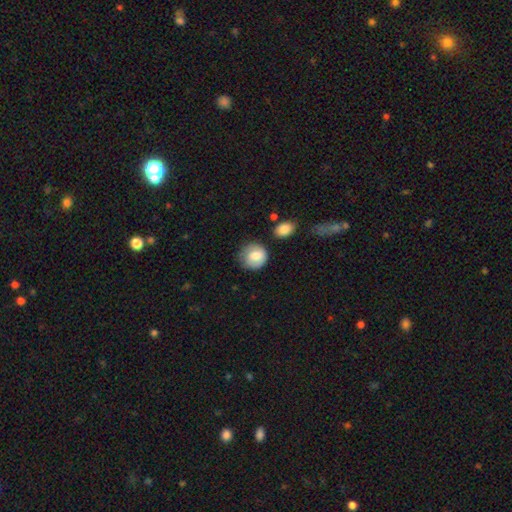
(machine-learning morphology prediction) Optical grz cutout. It shows a smooth galaxy with no disk features (75%) that is round (83%). Merging: none (67%).